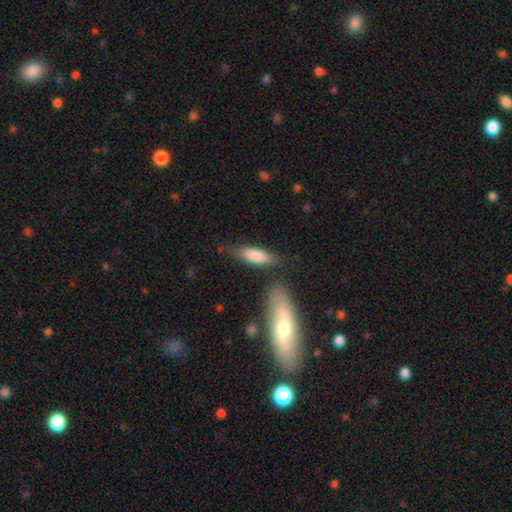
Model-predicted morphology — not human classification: Smooth or featured: smooth — 80% (featured or disk — 14%)
How rounded: in between — 53% (cigar-shaped — 45%)
Merging: none — 71% (minor disturbance — 16%)